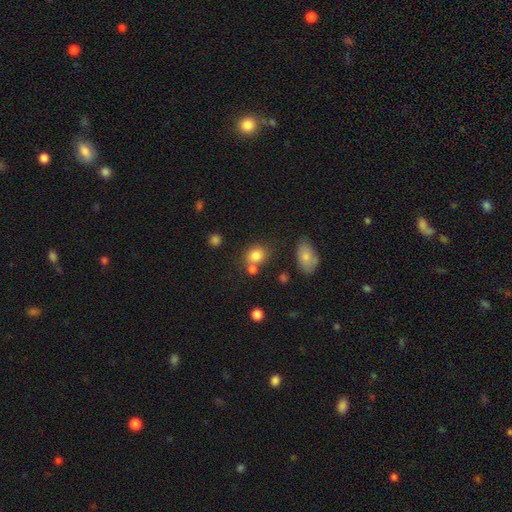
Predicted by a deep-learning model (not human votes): smooth-or-featured: smooth: 81% | star or artifact: 11% | featured or disk: 8%
  how-rounded: round: 65% | in between: 34% | cigar-shaped: 1%
  merging: none: 58% | merger: 25% | minor disturbance: 13% | major disturbance: 5%